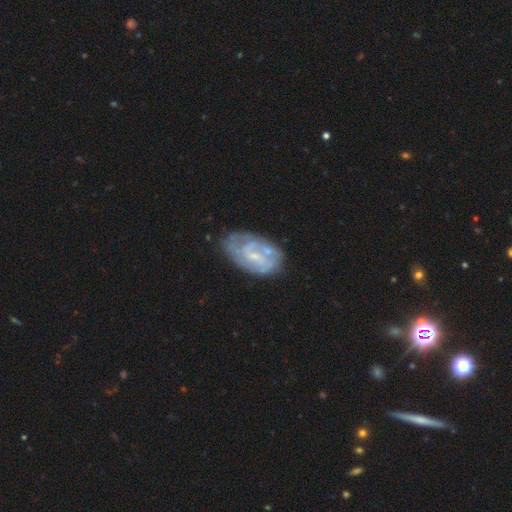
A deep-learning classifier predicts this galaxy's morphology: A featured or disk galaxy (72%) with no bar (45%, tied with weak), tight (47%) spiral arms (74%) and a small central bulge (64%).

Vote fractions:
- Smooth or featured? featured or disk: 72% / smooth: 21% / star or artifact: 7%
- Edge-on disk? no: 96% / yes: 4%
- Bar? no: 45% (tied) / weak: 45% (tied) / strong: 10%
- Spiral arms? yes: 74% / no: 26%
- Spiral winding? tight: 47% / medium: 37% / loose: 16%
- Spiral arm count? can't tell: 45% / 2: 32% / 3: 11% / 1: 5% / 4: 4% / more than 4: 3%
- Bulge size? small: 64% / moderate: 22% / none: 12% / large: 1% / dominant: 1%
- Merging? none: 58% / minor disturbance: 26% / major disturbance: 12% / merger: 5%